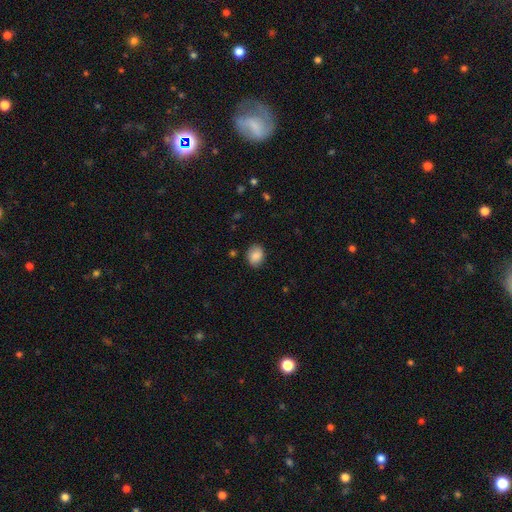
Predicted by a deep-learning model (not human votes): Smooth or featured? smooth (87%)
How rounded? in between (56%)
Merging? none (86%)